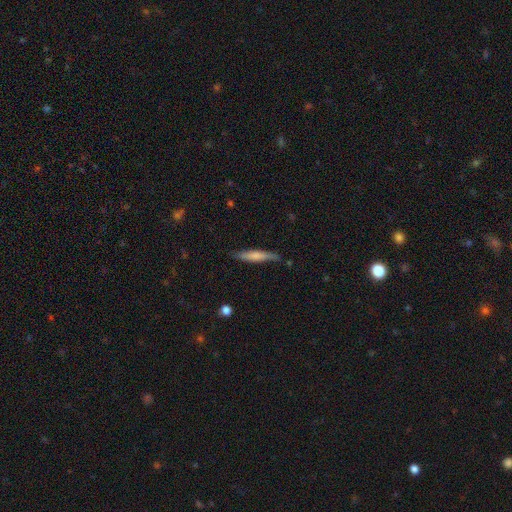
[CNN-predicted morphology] This appears to be a smooth galaxy with no disk features (62%) that is cigar-shaped (90%). Merging: none (78%).